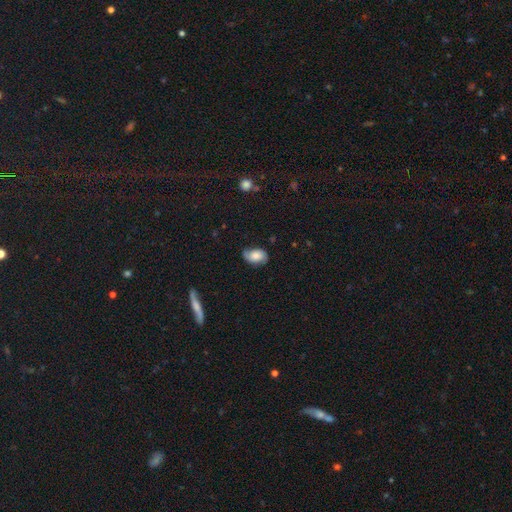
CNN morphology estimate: type=smooth (56%); roundness=in between (86%); merging=none (67%).